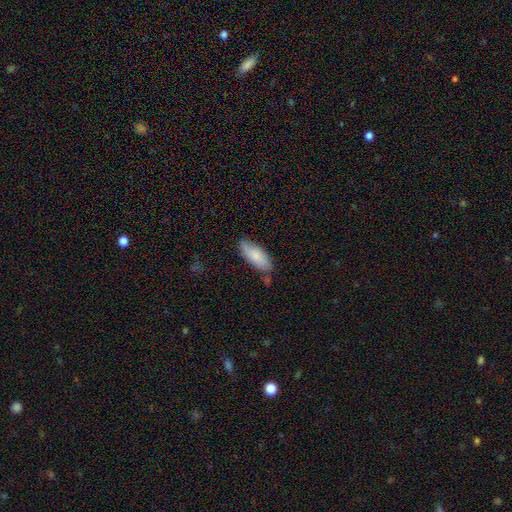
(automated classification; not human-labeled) Morphology: type=smooth (82%); roundness=in between (77%); merging=none (73%).